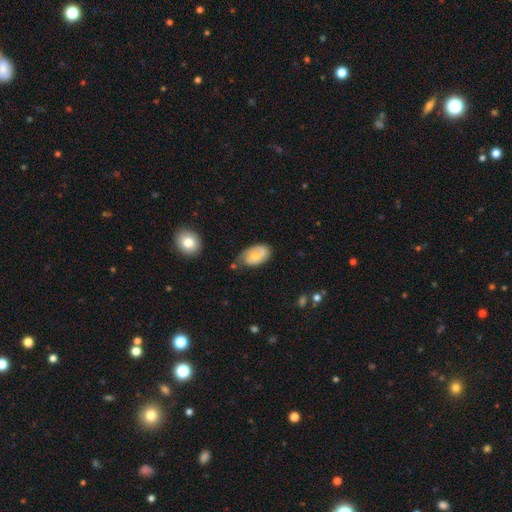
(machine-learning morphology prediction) This appears to be a smooth galaxy with no disk features (47%, tied with featured or disk). Merging: none (56%).